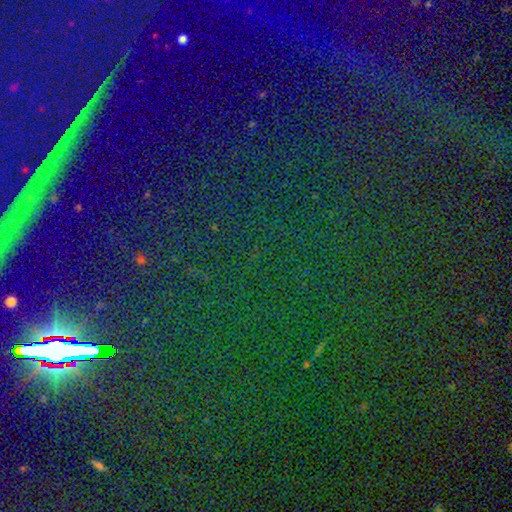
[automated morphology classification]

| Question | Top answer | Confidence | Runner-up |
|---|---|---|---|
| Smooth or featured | star or artifact | 81% | smooth (10%) |